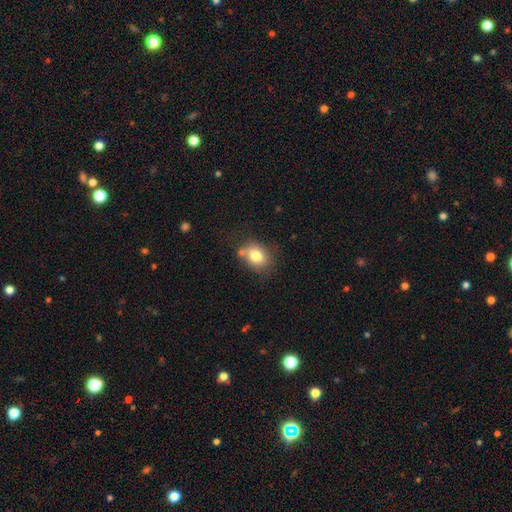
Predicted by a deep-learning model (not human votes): smooth 80%, featured or disk 10%, star or artifact 10%. Down the decision tree: how rounded — in between (53%); merging — none (70%).